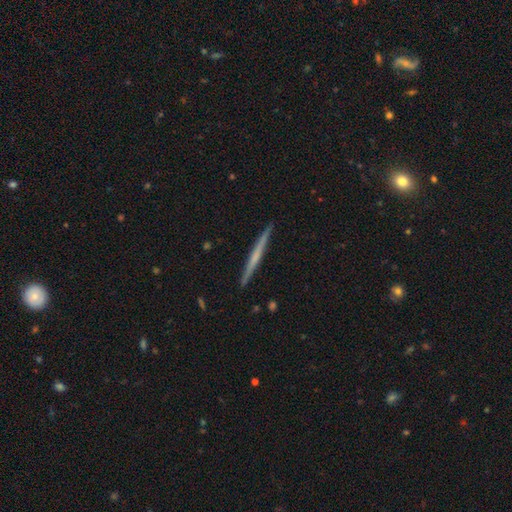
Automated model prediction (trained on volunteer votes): smooth_or_featured: featured or disk (p=0.57) [alt: smooth p=0.38]
disk_edge_on: yes (p=0.98) [alt: no p=0.02]
edge_on_bulge: none (p=0.76) [alt: rounded p=0.17]
merging: none (p=0.92) [alt: minor disturbance p=0.06]